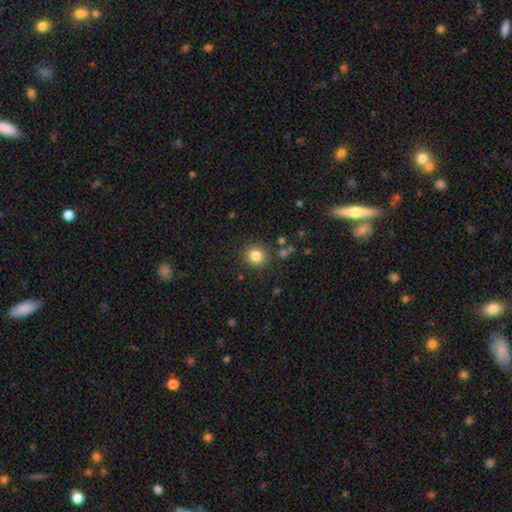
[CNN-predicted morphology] Smooth or featured: smooth — 82% (star or artifact — 12%)
How rounded: round — 89% (in between — 11%)
Merging: none — 87% (minor disturbance — 7%)